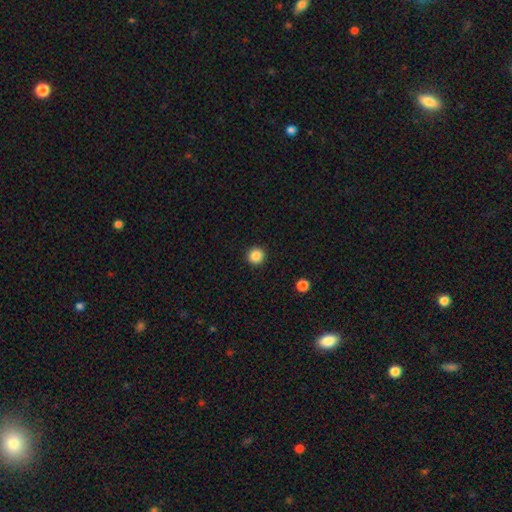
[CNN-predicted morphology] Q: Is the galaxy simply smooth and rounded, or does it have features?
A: smooth — 87%.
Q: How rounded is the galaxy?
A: round — 95%.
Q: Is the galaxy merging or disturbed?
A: none — 93%.